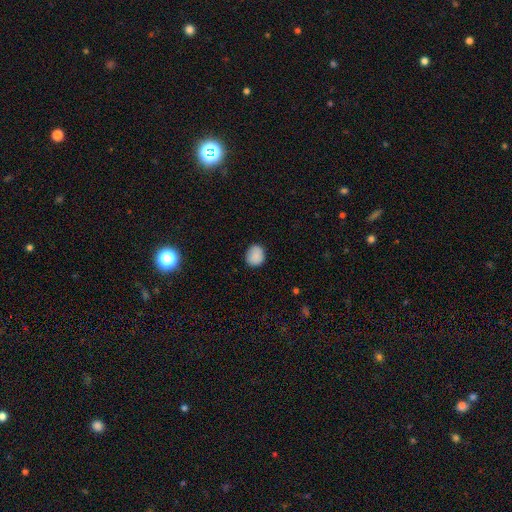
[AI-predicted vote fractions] A smooth galaxy with no disk features (88%) that is round (76%).

Vote fractions:
- Smooth or featured? smooth: 88% / star or artifact: 8% / featured or disk: 4%
- How rounded? round: 76% / in between: 23% / cigar-shaped: 1%
- Merging? none: 85% / minor disturbance: 11% / major disturbance: 2% / merger: 1%